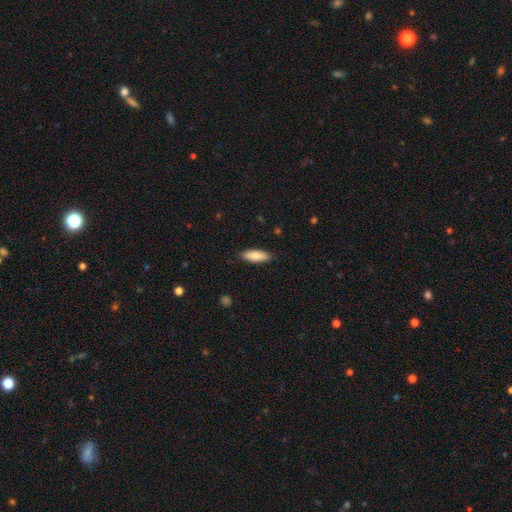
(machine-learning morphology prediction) This appears to be a smooth galaxy with no disk features (86%) that is in between round and cigar-shaped (64%). Merging: none (88%).